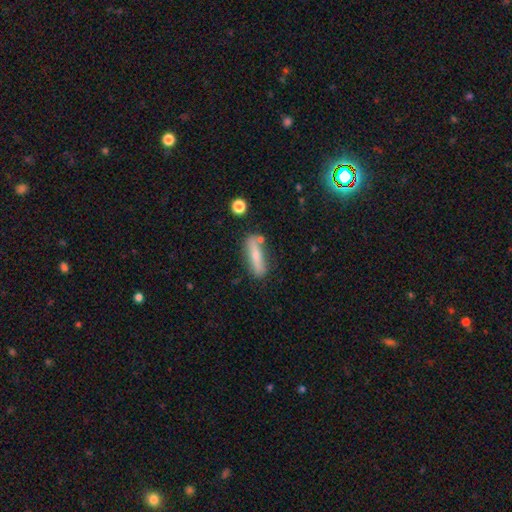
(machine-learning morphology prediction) This is likely a smooth galaxy (65%). How rounded: likely cigar-shaped (73%). Merging: likely none (73%).